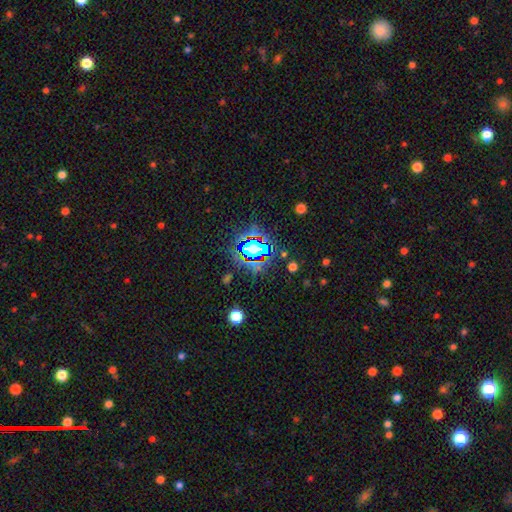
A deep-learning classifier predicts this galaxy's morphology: A star or artifact, not a galaxy (74%).